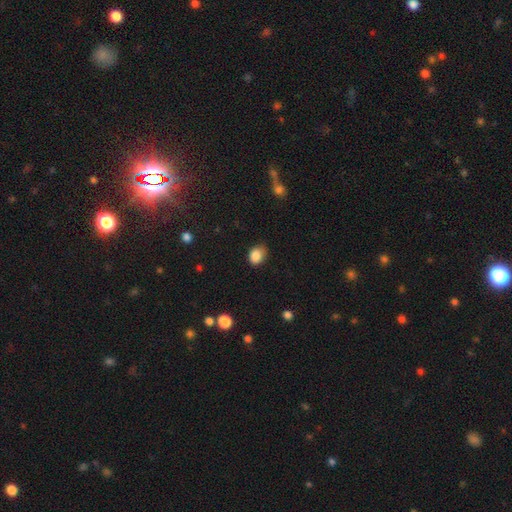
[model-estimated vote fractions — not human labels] smooth 86%, star or artifact 9%, featured or disk 5%. Down the decision tree: how rounded — in between (58%); merging — none (66%).